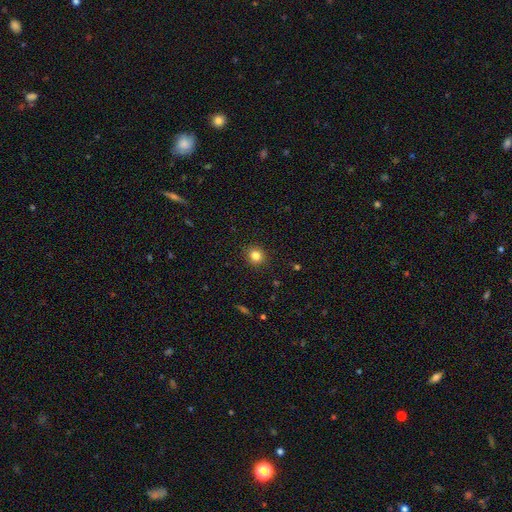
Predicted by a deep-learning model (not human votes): smooth-or-featured: smooth: 83% | star or artifact: 12% | featured or disk: 5%
  how-rounded: round: 82% | in between: 18% | cigar-shaped: 1%
  merging: none: 91% | minor disturbance: 6% | major disturbance: 2% | merger: 1%